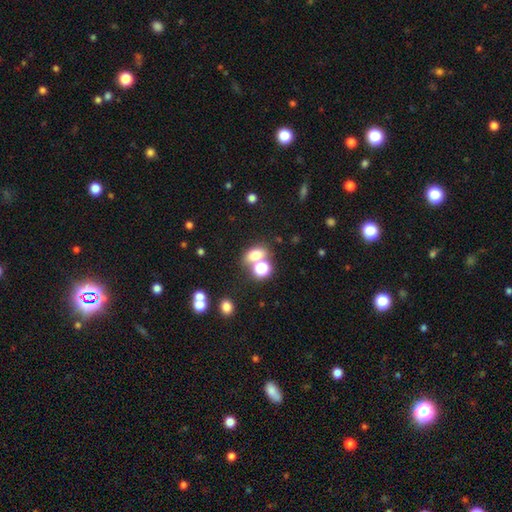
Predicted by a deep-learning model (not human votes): The model was most divided on "merging": none: 53%, merger: 31%, minor disturbance: 11%, major disturbance: 5%. More confident: smooth or featured — smooth (70%); how rounded — in between (64%).